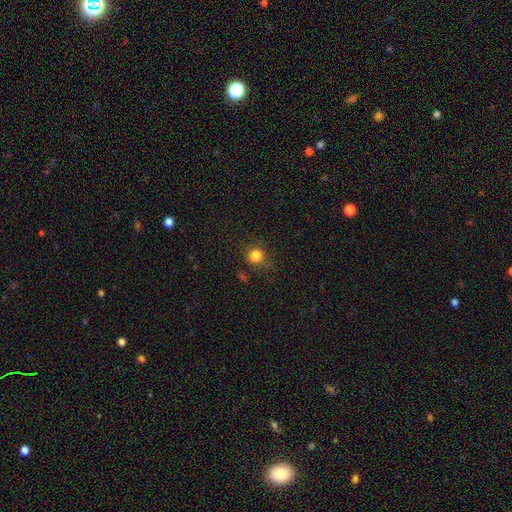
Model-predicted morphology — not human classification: Smooth or featured? Predicted: smooth (p=0.83). How rounded? Predicted: round (p=0.90). Merging? Predicted: none (p=0.82).